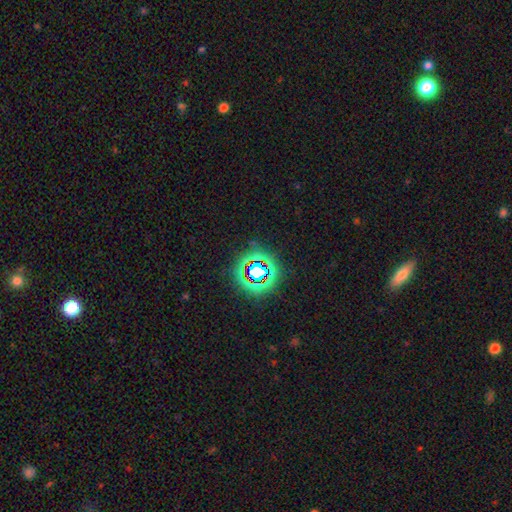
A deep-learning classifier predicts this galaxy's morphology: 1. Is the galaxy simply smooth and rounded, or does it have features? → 69% star or artifact, 20% smooth, 11% featured or disk.